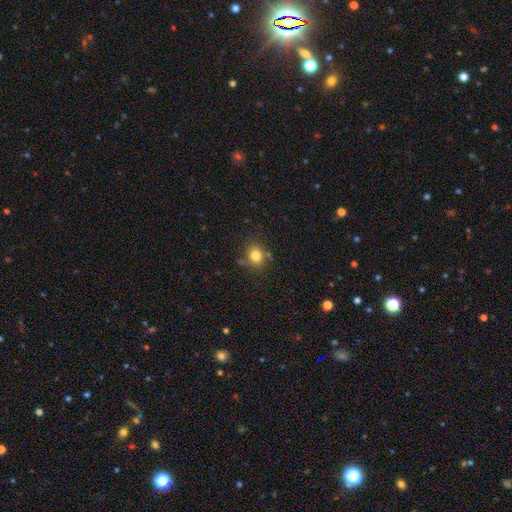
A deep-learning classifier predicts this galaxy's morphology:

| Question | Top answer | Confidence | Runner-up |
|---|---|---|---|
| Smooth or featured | smooth | 80% | star or artifact (12%) |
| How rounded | round | 70% | in between (29%) |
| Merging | none | 74% | minor disturbance (16%) |